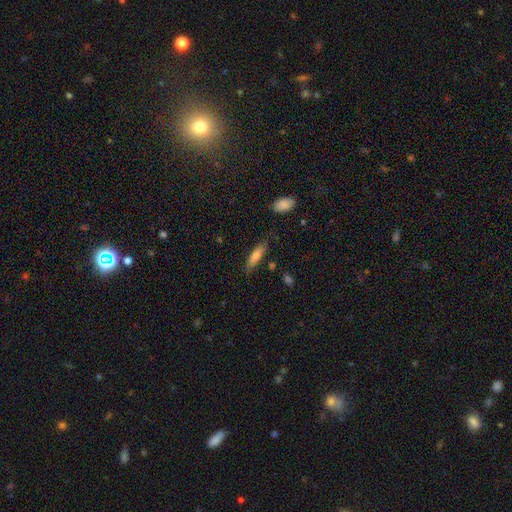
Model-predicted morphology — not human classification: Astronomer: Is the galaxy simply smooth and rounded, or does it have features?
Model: smooth — 76%.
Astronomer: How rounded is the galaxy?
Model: cigar-shaped — 60% (runner-up: in between, 38%).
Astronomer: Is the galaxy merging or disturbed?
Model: none — 77%.